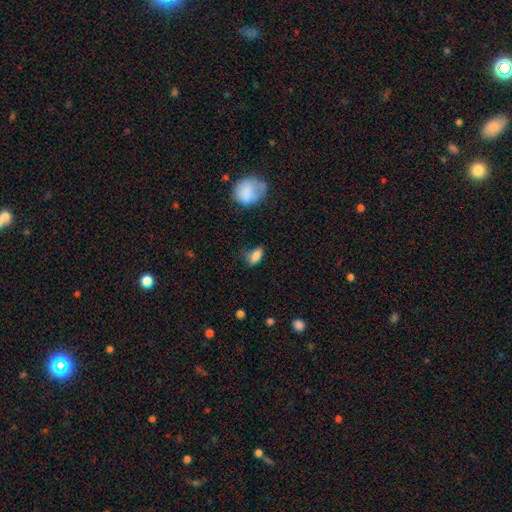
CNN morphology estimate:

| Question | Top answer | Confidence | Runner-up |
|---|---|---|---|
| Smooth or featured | smooth | 83% | star or artifact (9%) |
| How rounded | in between | 87% | round (7%) |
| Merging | none | 54% | minor disturbance (32%) |